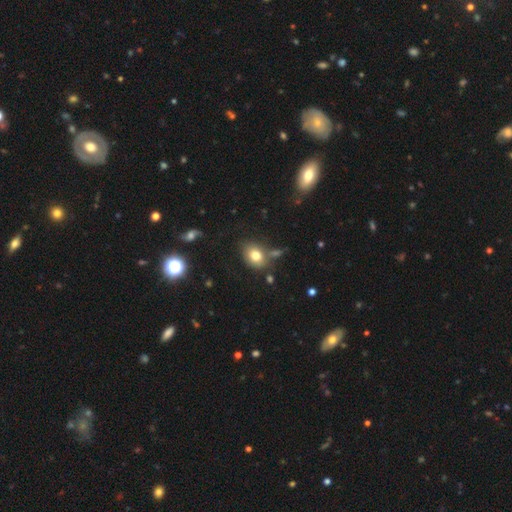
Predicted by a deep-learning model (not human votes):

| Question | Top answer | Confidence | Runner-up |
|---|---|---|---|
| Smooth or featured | smooth | 78% | featured or disk (11%) |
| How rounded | in between | 64% | round (35%) |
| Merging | none | 72% | minor disturbance (14%) |